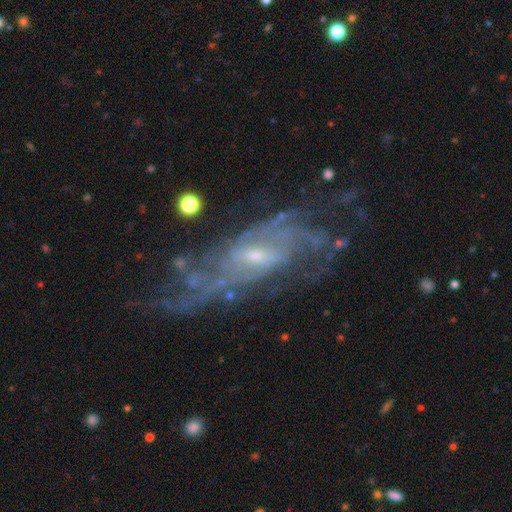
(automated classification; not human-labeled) This appears to be a featured or disk galaxy (84%) with a weak bar (47%), tight (46%) spiral arms (90%) and a small central bulge (63%). Merging: none (65%).